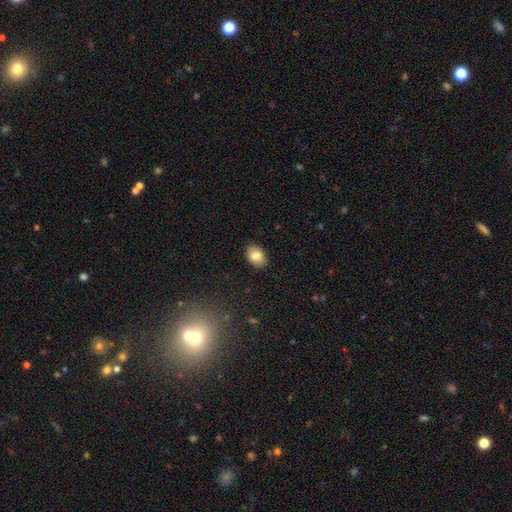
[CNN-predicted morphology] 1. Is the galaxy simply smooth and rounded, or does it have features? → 84% smooth, 8% featured or disk, 8% star or artifact.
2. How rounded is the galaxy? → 78% in between, 21% round, 1% cigar-shaped.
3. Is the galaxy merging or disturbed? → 88% none, 9% minor disturbance, 2% major disturbance, 1% merger.